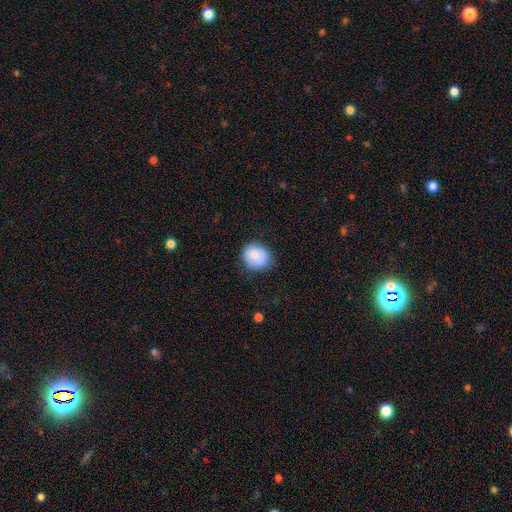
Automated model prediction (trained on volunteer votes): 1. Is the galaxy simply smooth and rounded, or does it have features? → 84% smooth, 9% featured or disk, 7% star or artifact.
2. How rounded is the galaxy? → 70% round, 29% in between, 1% cigar-shaped.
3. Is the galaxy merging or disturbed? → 78% none, 17% minor disturbance, 4% major disturbance, 1% merger.